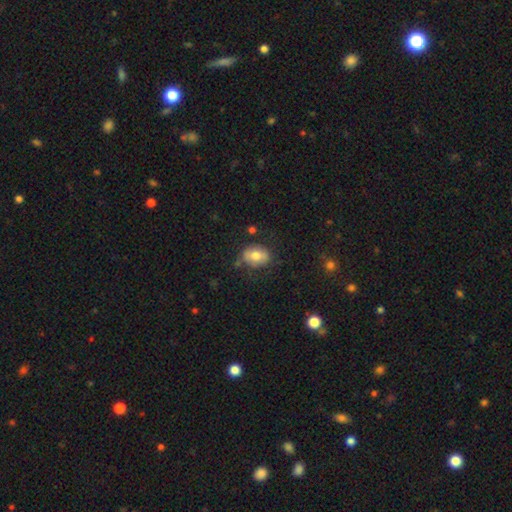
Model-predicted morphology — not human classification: Smooth or featured?
  - smooth: 69% *
  - featured or disk: 24%
  - star or artifact: 8%
How rounded?
  - in between: 69% *
  - round: 29%
  - cigar-shaped: 1%
Merging?
  - none: 73% *
  - minor disturbance: 18%
  - major disturbance: 6%
  - merger: 3%